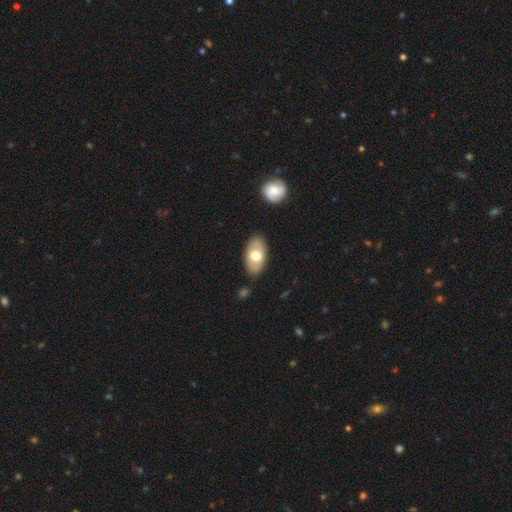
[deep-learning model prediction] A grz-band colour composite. It shows a smooth galaxy with no disk features (64%) that is in between round and cigar-shaped (93%). Merging: none (81%).